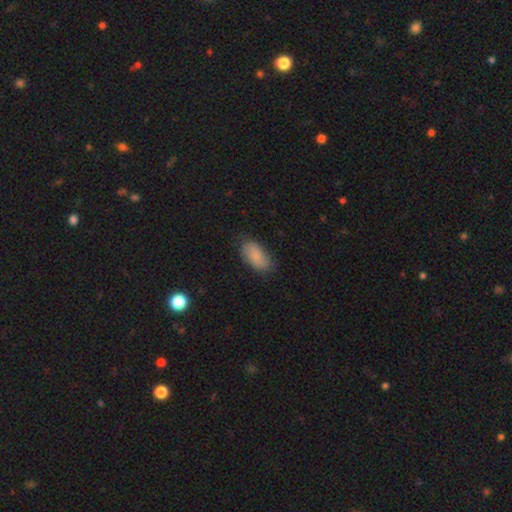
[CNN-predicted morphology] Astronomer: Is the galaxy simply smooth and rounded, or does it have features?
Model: smooth — 82%.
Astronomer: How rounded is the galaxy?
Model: in between — 92%.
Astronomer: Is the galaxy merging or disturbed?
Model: none — 78%.